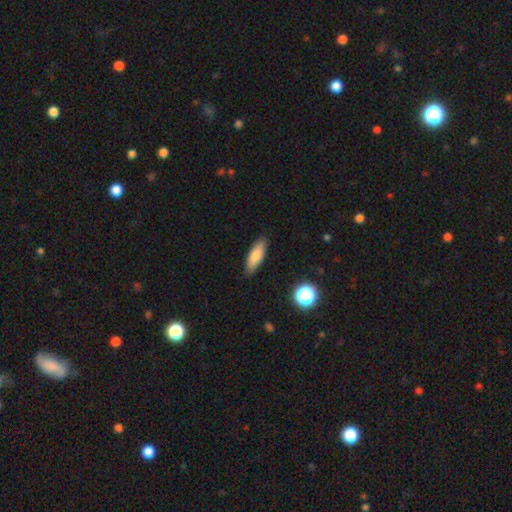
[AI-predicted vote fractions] smooth 81%, featured or disk 12%, star or artifact 7%. Down the decision tree: how rounded — in between (60%); merging — none (86%).